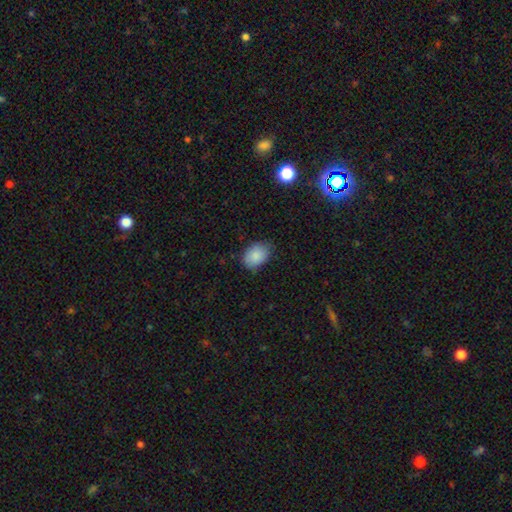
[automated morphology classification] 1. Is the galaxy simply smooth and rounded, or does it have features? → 87% smooth, 7% star or artifact, 6% featured or disk.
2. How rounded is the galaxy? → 73% in between, 26% round, 1% cigar-shaped.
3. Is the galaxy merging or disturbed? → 73% none, 22% minor disturbance, 4% major disturbance, 1% merger.